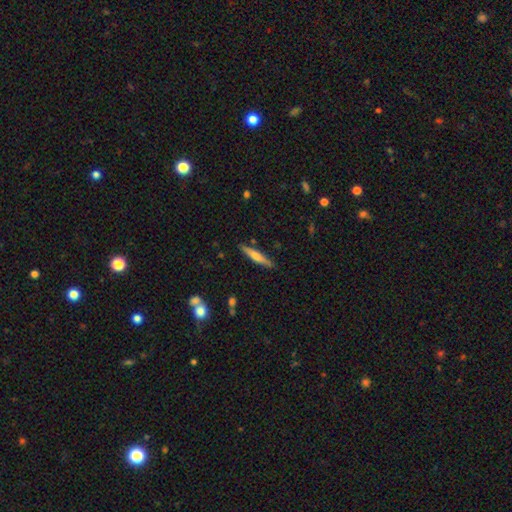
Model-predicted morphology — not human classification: type=smooth (52%); roundness=cigar-shaped (90%); merging=none (88%).